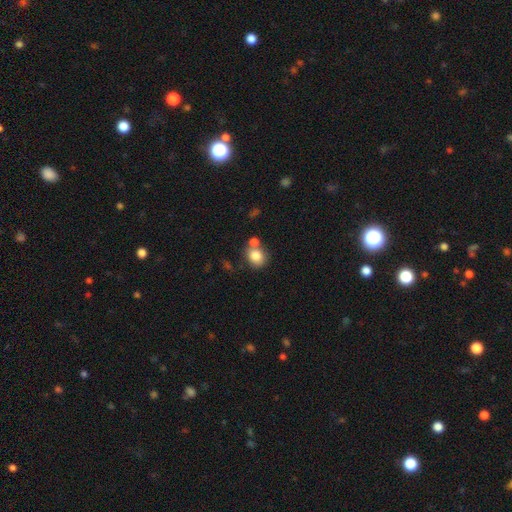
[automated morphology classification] smooth-or-featured: smooth: 82% | star or artifact: 10% | featured or disk: 9%
  how-rounded: round: 67% | in between: 32% | cigar-shaped: 1%
  merging: none: 58% | merger: 26% | minor disturbance: 12% | major disturbance: 4%